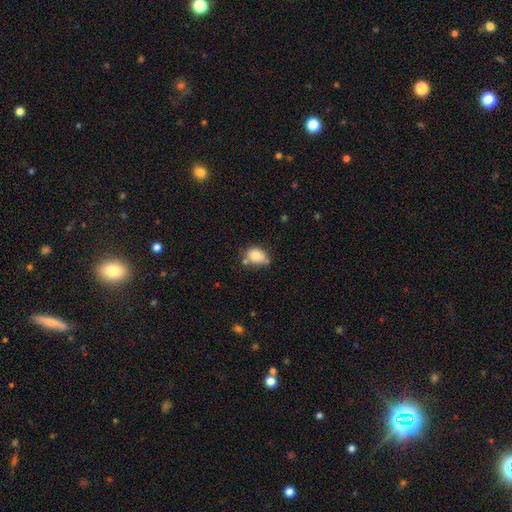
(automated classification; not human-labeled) Overall: smooth (79%). How rounded: in between (69%; round 30%). Merging: none (51%; minor disturbance 29%).